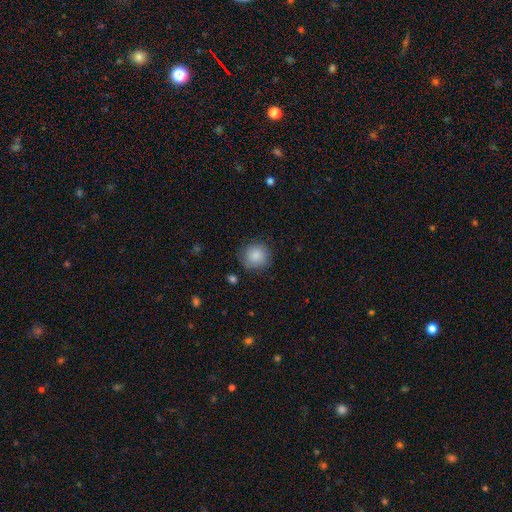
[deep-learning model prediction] Smooth or featured? smooth (86%)
How rounded? round (93%)
Merging? none (84%)